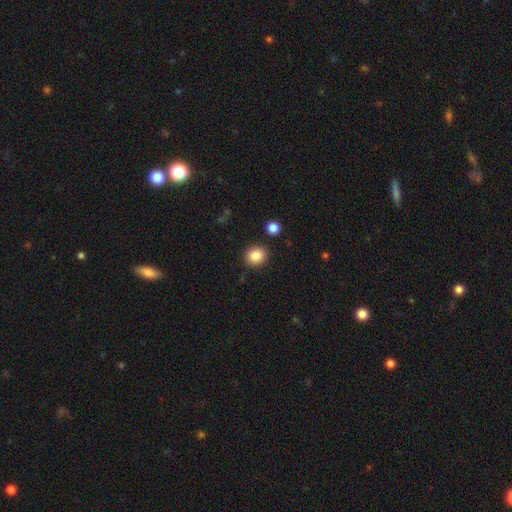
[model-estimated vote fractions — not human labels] smooth_or_featured: smooth (p=0.86) [alt: star or artifact p=0.09]
how_rounded: round (p=0.75) [alt: in between p=0.24]
merging: none (p=0.89) [alt: minor disturbance p=0.06]